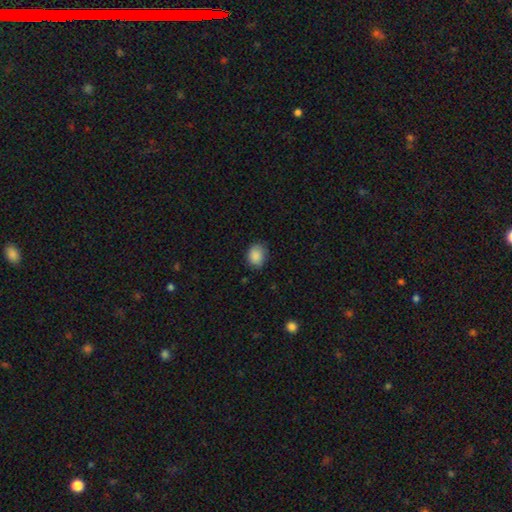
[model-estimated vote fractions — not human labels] A smooth galaxy with no disk features (88%) that is in between round and cigar-shaped (54%). Merging: none (77%).